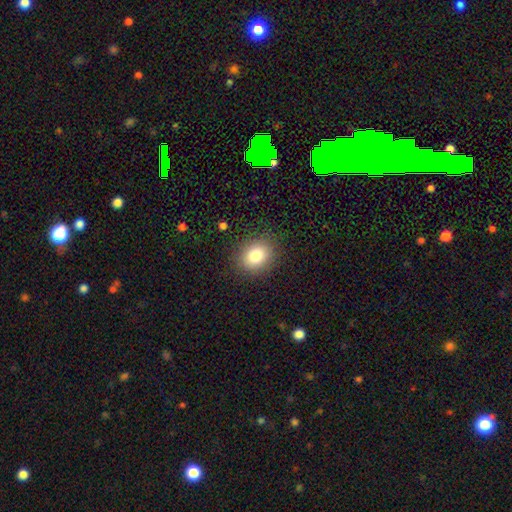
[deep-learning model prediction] smooth 81%, star or artifact 10%, featured or disk 8%. Down the decision tree: how rounded — round (58%); merging — none (87%).